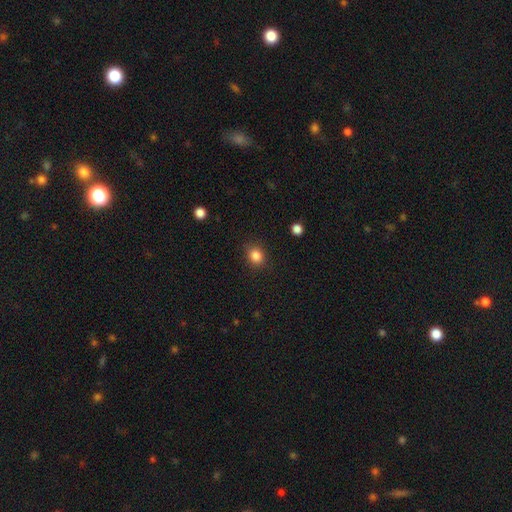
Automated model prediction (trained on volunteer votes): A smooth galaxy with no disk features (85%) that is round (70%). Merging: none (87%).